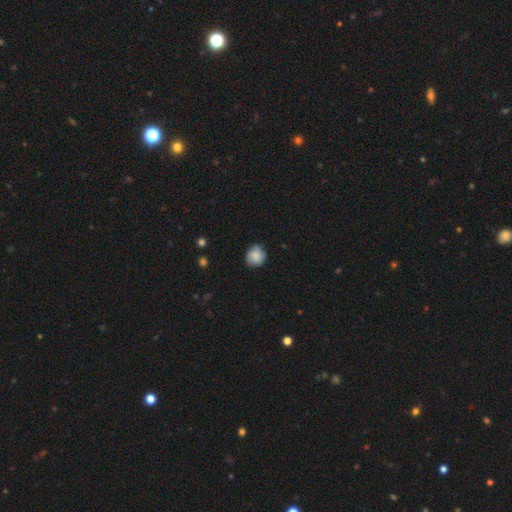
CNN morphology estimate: This appears to be a smooth galaxy with no disk features (79%) that is round (86%). Merging: none (78%).